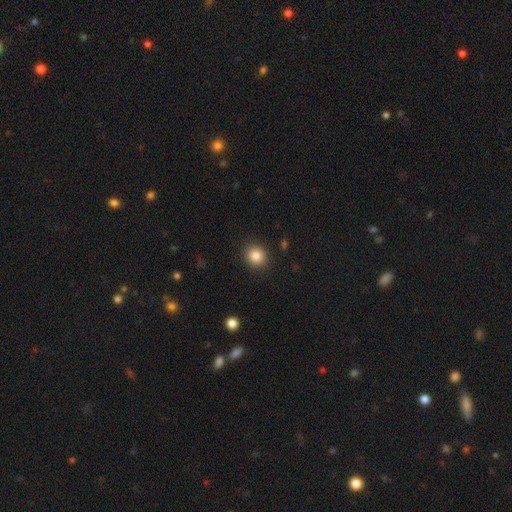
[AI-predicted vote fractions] Smooth or featured?
  - smooth: 85% *
  - star or artifact: 10%
  - featured or disk: 5%
How rounded?
  - round: 84% *
  - in between: 15%
  - cigar-shaped: 1%
Merging?
  - none: 90% *
  - minor disturbance: 6%
  - major disturbance: 2%
  - merger: 1%